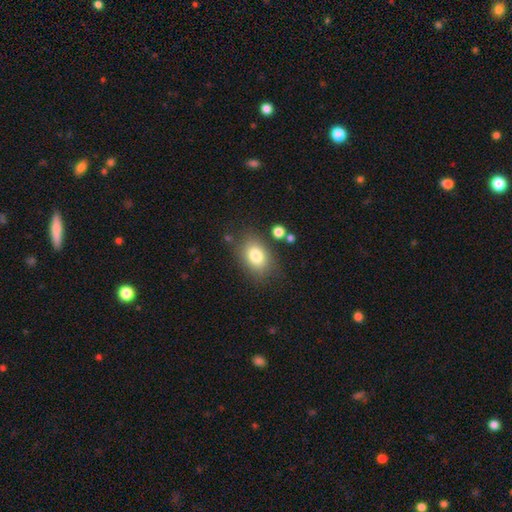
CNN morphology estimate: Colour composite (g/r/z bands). It shows a smooth galaxy with no disk features (80%) that is in between round and cigar-shaped (79%). Merging: none (77%).